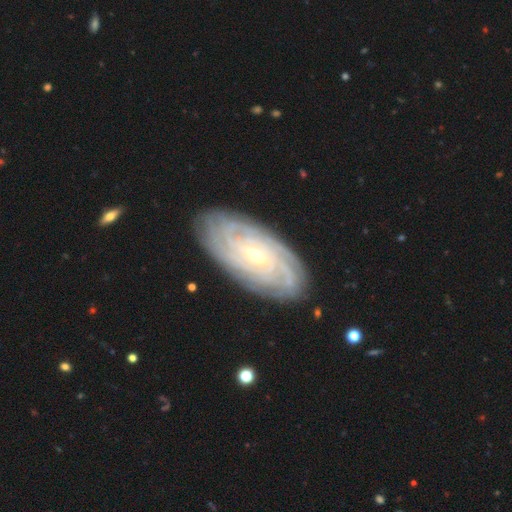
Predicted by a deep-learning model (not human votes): smooth-or-featured: featured or disk: 88% | smooth: 7% | star or artifact: 5%
  disk-edge-on: no: 94% | yes: 6%
    bar: no: 49% | weak: 37% | strong: 14%
    has-spiral-arms: yes: 97% | no: 3%
      spiral-winding: tight: 84% | medium: 13% | loose: 3%
      spiral-arm-count: can't tell: 30% | more than 4: 23% | 4: 22% | 3: 10% | 2: 8% | 1: 7%
    bulge-size: small: 68% | moderate: 29% | large: 1% | none: 1% | dominant: 1%
  merging: none: 85% | minor disturbance: 11% | major disturbance: 2% | merger: 1%